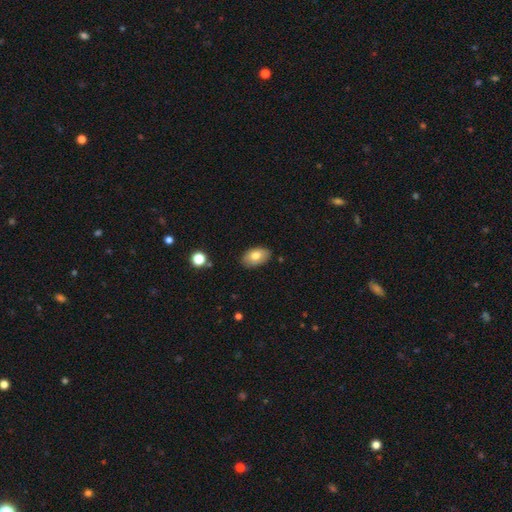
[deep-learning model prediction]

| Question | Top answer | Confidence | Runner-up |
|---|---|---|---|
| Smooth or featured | smooth | 76% | featured or disk (16%) |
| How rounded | in between | 92% | round (7%) |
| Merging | none | 84% | minor disturbance (12%) |